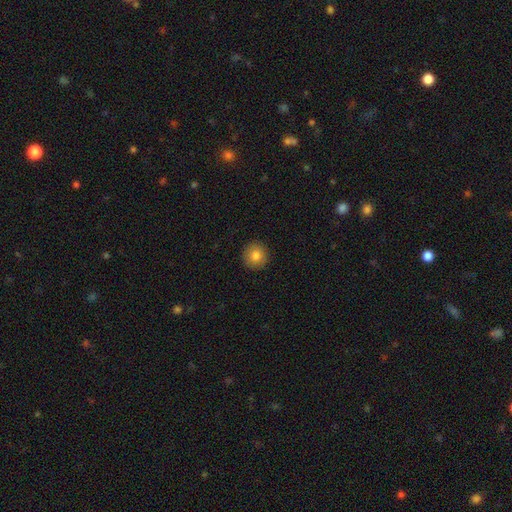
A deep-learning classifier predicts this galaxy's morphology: smooth 82%, star or artifact 9%, featured or disk 9%. Down the decision tree: how rounded — round (94%); merging — none (92%).